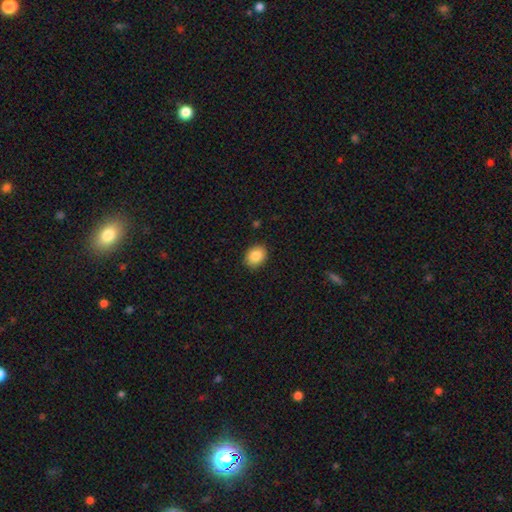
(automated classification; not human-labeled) smooth_or_featured: smooth (p=0.86) [alt: star or artifact p=0.08]
how_rounded: in between (p=0.59) [alt: round p=0.40]
merging: none (p=0.89) [alt: minor disturbance p=0.08]